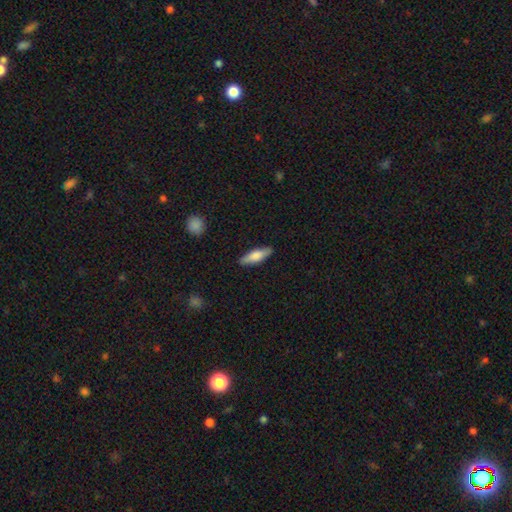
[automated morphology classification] type=smooth (70%); roundness=cigar-shaped (54%); merging=none (87%).